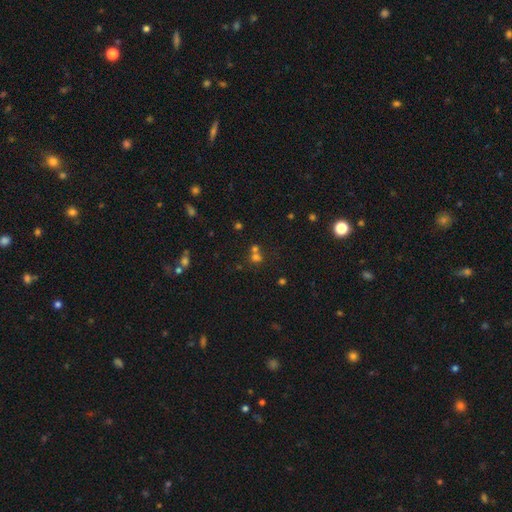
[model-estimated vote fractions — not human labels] A smooth galaxy with no disk features (54%) that is round (82%). Merging: none (46%).